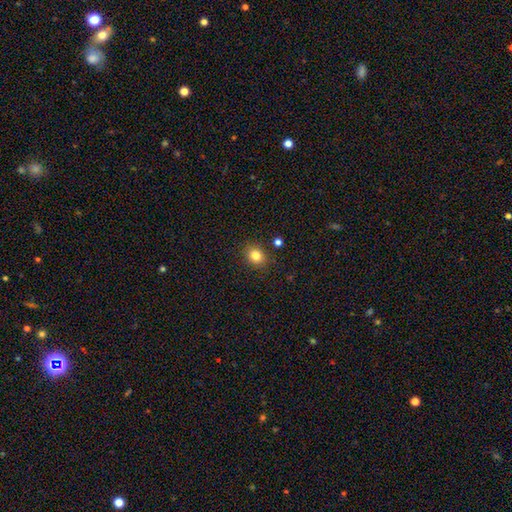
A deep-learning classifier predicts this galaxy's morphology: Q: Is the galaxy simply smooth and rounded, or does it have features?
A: smooth — 83%.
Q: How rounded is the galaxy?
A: round — 65%.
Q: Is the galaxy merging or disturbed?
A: none — 86%.